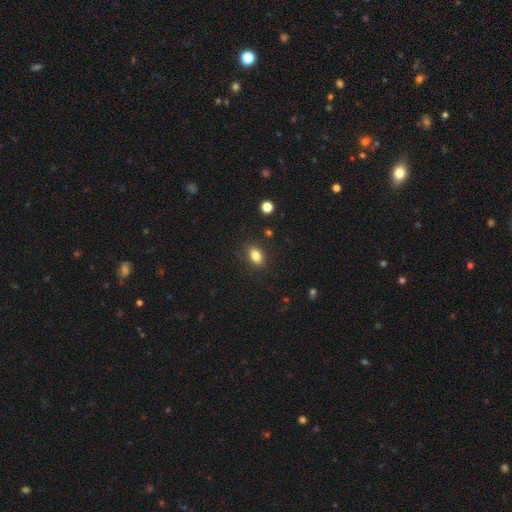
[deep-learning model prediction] smooth-or-featured: smooth: 83% | star or artifact: 10% | featured or disk: 7%
  how-rounded: in between: 80% | round: 18% | cigar-shaped: 2%
  merging: none: 86% | minor disturbance: 9% | major disturbance: 3% | merger: 2%